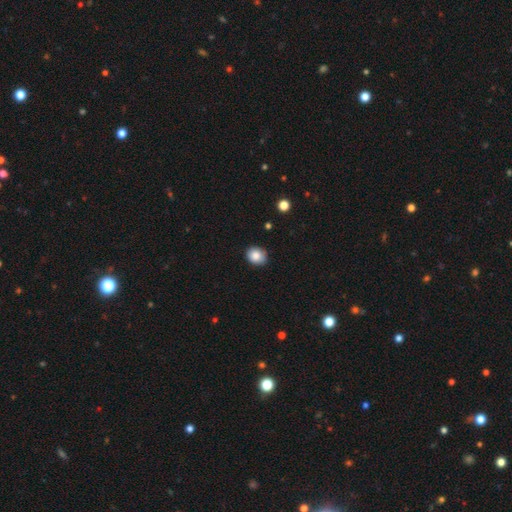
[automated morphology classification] smooth_or_featured: smooth (p=0.85) [alt: star or artifact p=0.09]
how_rounded: round (p=0.63) [alt: in between p=0.36]
merging: none (p=0.86) [alt: minor disturbance p=0.11]